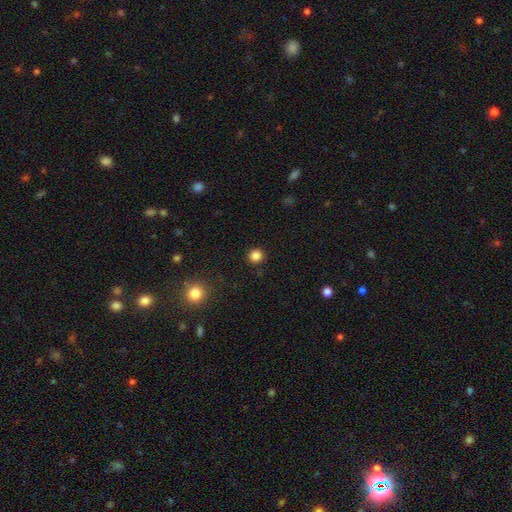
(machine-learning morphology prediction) This appears to be a smooth galaxy with no disk features (85%) that is round (92%). Merging: none (92%).